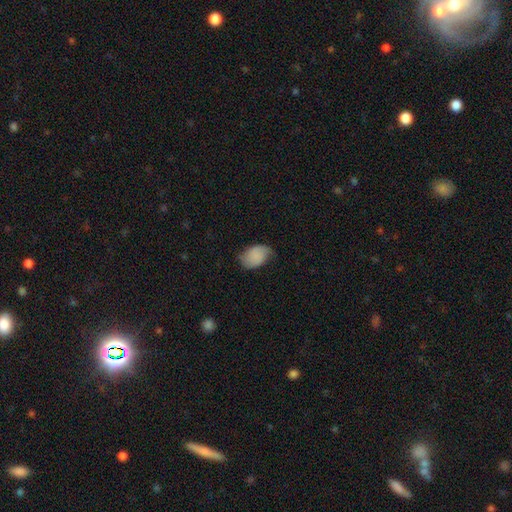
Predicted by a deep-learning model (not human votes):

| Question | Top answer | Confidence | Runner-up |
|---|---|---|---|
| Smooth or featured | smooth | 74% | featured or disk (18%) |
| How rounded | in between | 85% | round (13%) |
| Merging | none | 54% | minor disturbance (35%) |